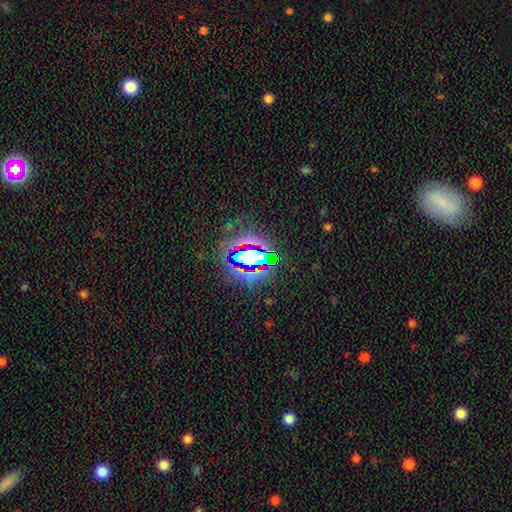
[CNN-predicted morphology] The model was most divided on "smooth or featured": star or artifact: 61%, smooth: 25%, featured or disk: 14%.